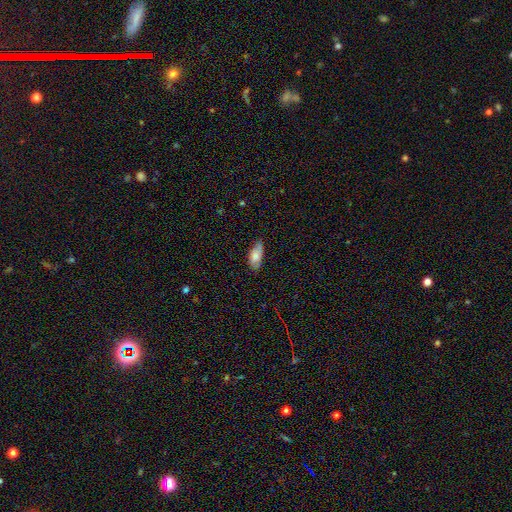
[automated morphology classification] Smooth or featured?
  - smooth: 70% *
  - featured or disk: 23%
  - star or artifact: 7%
How rounded?
  - in between: 86% *
  - cigar-shaped: 11%
  - round: 2%
Merging?
  - none: 66% *
  - minor disturbance: 27%
  - major disturbance: 5%
  - merger: 1%